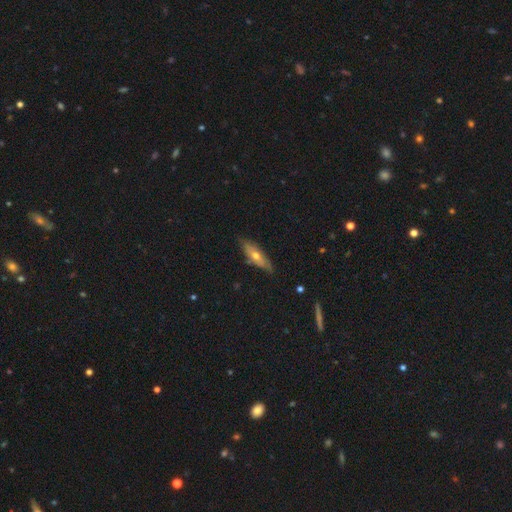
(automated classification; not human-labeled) This is possibly a smooth galaxy (48%). Merging: likely none (77%).